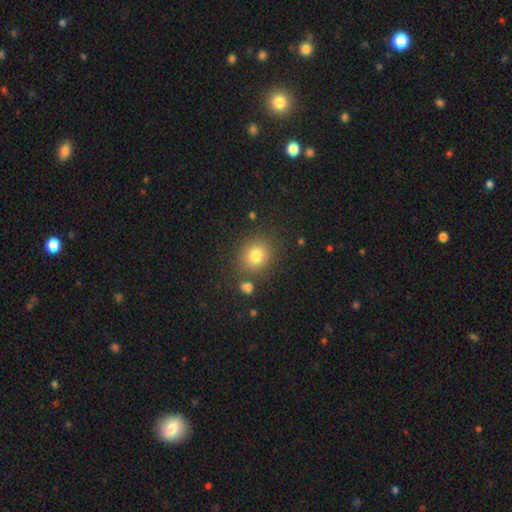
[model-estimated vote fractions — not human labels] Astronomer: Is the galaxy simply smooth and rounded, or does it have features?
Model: smooth — 80%.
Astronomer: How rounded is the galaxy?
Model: round — 80%.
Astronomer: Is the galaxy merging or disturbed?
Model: none — 81%.